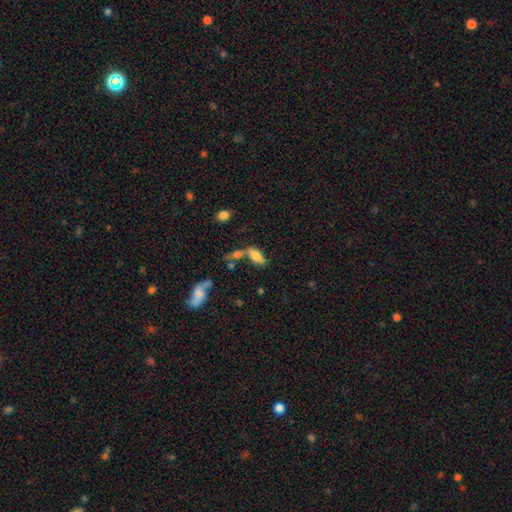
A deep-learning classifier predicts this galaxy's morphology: This appears to be a smooth galaxy with no disk features (73%) that is in between round and cigar-shaped (79%). Merging: none (40%).